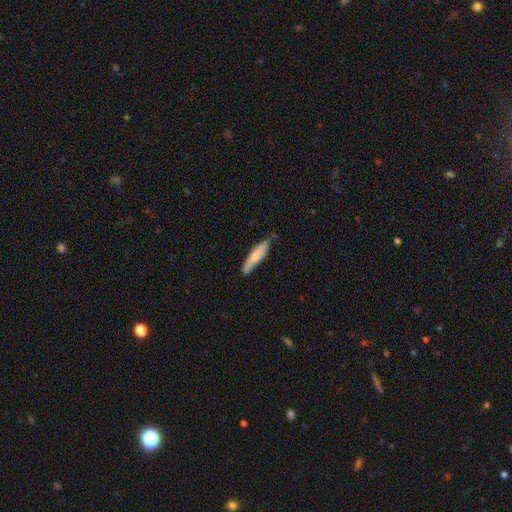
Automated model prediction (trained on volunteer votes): A smooth galaxy with no disk features (72%) that is cigar-shaped (78%).

Vote fractions:
- Smooth or featured? smooth: 72% / featured or disk: 23% / star or artifact: 5%
- How rounded? cigar-shaped: 78% / in between: 21% / round: 1%
- Merging? none: 74% / minor disturbance: 21% / major disturbance: 3% / merger: 2%